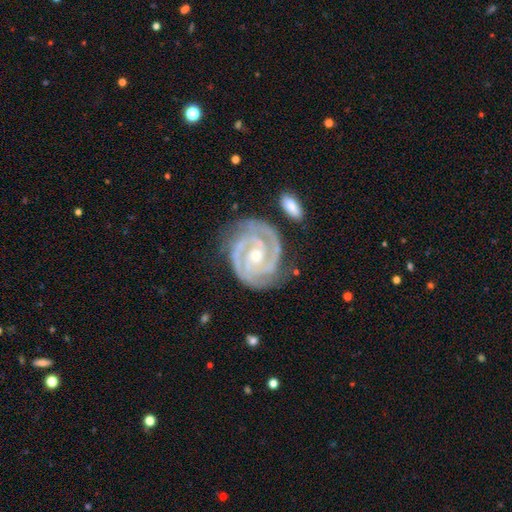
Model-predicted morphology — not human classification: smooth_or_featured: featured or disk (p=0.92) [alt: star or artifact p=0.04]
disk_edge_on: no (p=0.98) [alt: yes p=0.02]
bar: no (p=0.60) [alt: weak p=0.28]
has_spiral_arms: yes (p=0.98) [alt: no p=0.02]
spiral_winding: tight (p=0.75) [alt: medium p=0.22]
spiral_arm_count: 2 (p=0.68) [alt: 3 p=0.18]
bulge_size: small (p=0.58) [alt: moderate p=0.39]
merging: none (p=0.72) [alt: minor disturbance p=0.18]